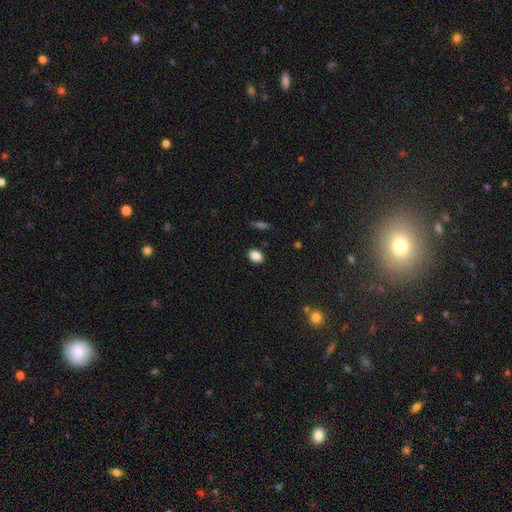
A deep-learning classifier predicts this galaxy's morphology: A smooth galaxy with no disk features (87%) that is in between round and cigar-shaped (74%). Merging: none (88%).